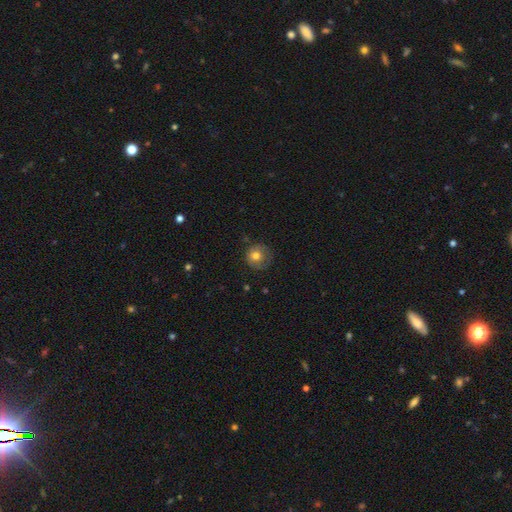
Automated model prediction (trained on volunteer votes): The model was most divided on "merging": none: 70%, minor disturbance: 20%, major disturbance: 7%, merger: 2%. More confident: how rounded — round (91%); smooth or featured — smooth (74%).